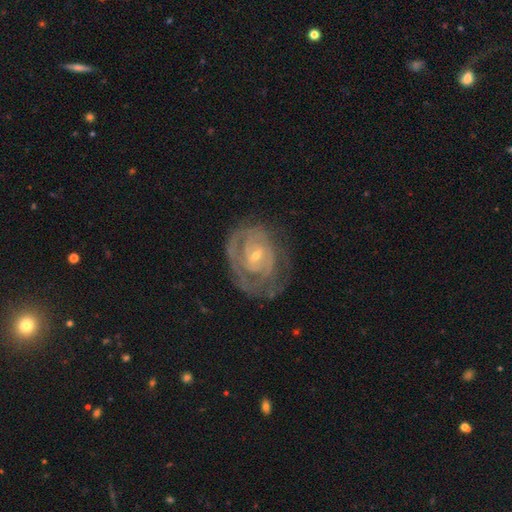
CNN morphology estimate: type=featured or disk (83%); edge-on=no (97%); bar=no (44%); spiral arms=yes (86%); winding=tight (71%); arm count=can't tell (41%); bulge=small (69%); merging=none (60%).